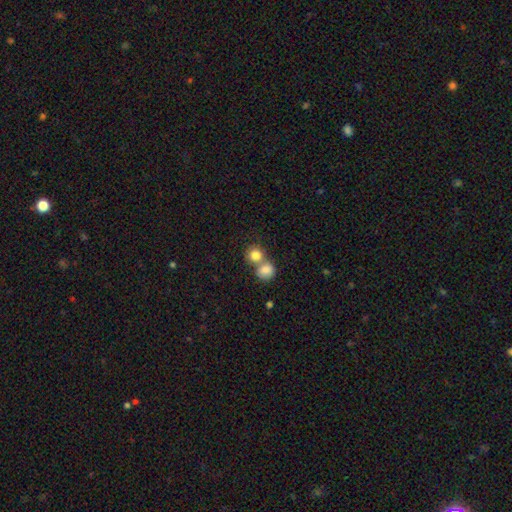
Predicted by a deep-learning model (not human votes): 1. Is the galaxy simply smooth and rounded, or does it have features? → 82% smooth, 9% featured or disk, 9% star or artifact.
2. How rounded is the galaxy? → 84% round, 15% in between, 1% cigar-shaped.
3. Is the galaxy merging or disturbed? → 52% merger, 39% none, 6% minor disturbance, 3% major disturbance.